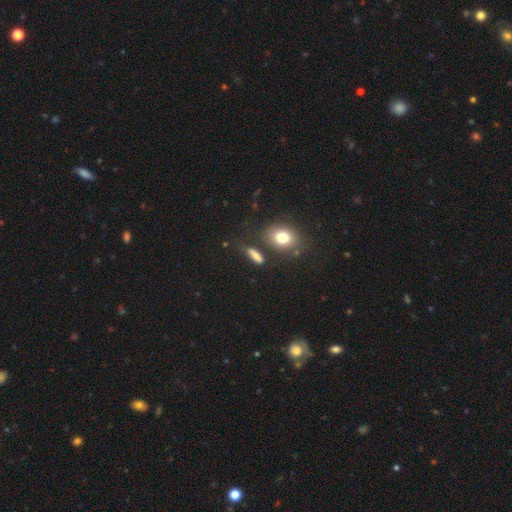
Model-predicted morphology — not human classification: This appears to be a smooth galaxy with no disk features (74%) that is in between round and cigar-shaped (46%). Merging: none (67%).